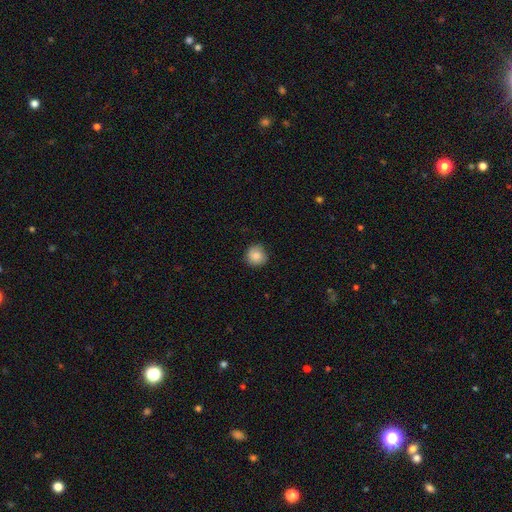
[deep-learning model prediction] Smooth or featured: smooth — 82% (featured or disk — 9%)
How rounded: round — 91% (in between — 8%)
Merging: none — 82% (minor disturbance — 14%)